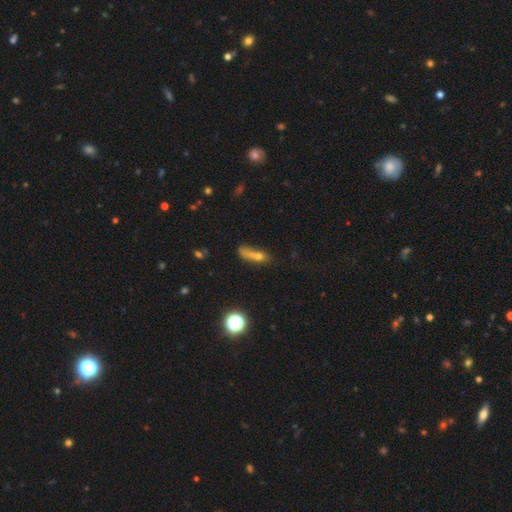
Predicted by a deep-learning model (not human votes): This appears to be a smooth galaxy with no disk features (59%) that is cigar-shaped (41%). Merging: none (33%, tied with merger).